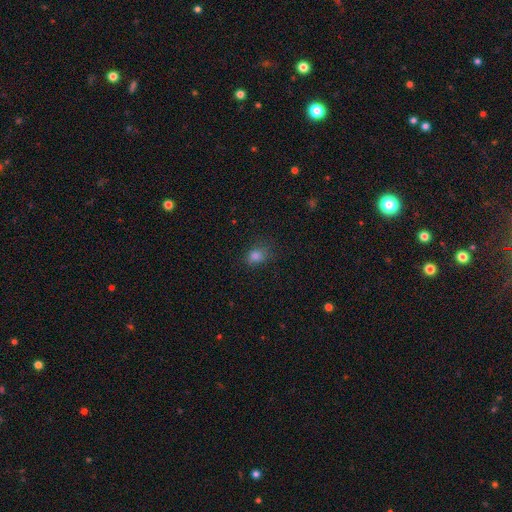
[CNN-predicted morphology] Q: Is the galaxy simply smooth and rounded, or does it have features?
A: smooth — 80%.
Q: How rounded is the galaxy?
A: in between — 52%.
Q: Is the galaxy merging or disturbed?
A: none — 73%.